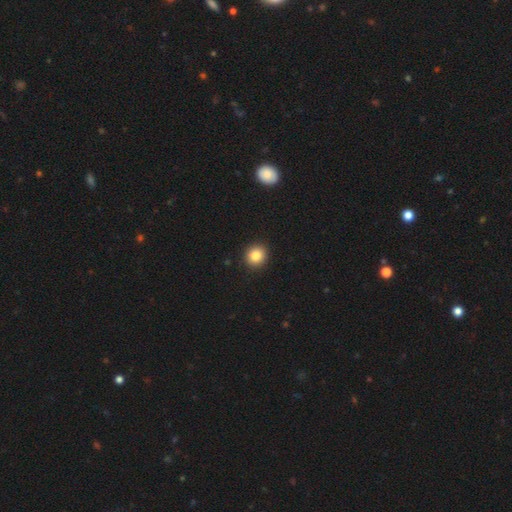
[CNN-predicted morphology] Q: Smooth or featured?
A: smooth (84%); runner-up: star or artifact (10%)
Q: How rounded?
A: round (88%); runner-up: in between (11%)
Q: Merging?
A: none (92%); runner-up: minor disturbance (5%)